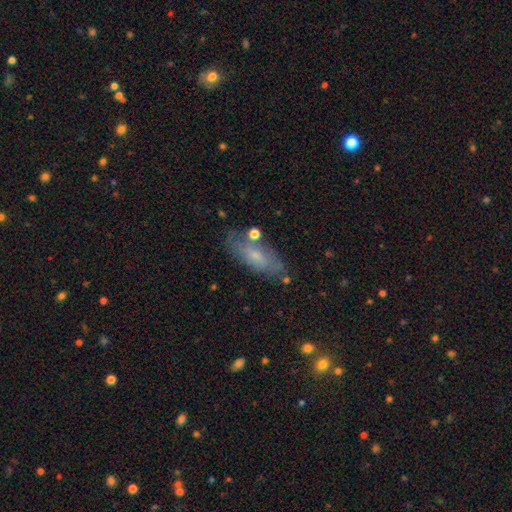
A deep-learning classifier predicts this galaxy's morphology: A smooth galaxy with no disk features (57%) that is in between round and cigar-shaped (70%).

Vote fractions:
- Smooth or featured? smooth: 57% / featured or disk: 35% / star or artifact: 8%
- How rounded? in between: 70% / cigar-shaped: 27% / round: 3%
- Merging? none: 71% / minor disturbance: 18% / major disturbance: 6% / merger: 6%